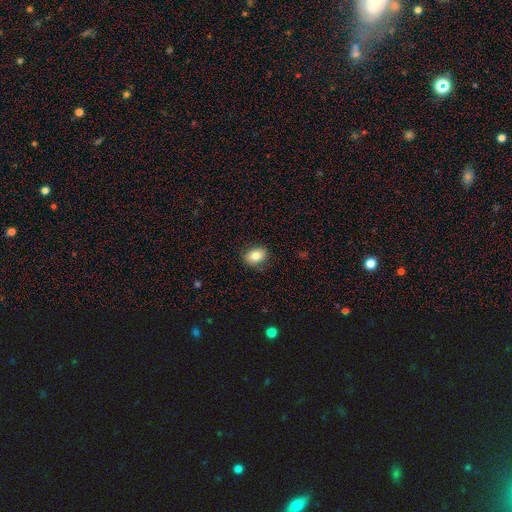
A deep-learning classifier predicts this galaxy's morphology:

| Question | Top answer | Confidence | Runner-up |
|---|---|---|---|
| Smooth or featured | smooth | 81% | featured or disk (11%) |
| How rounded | in between | 69% | round (30%) |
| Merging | none | 85% | minor disturbance (11%) |